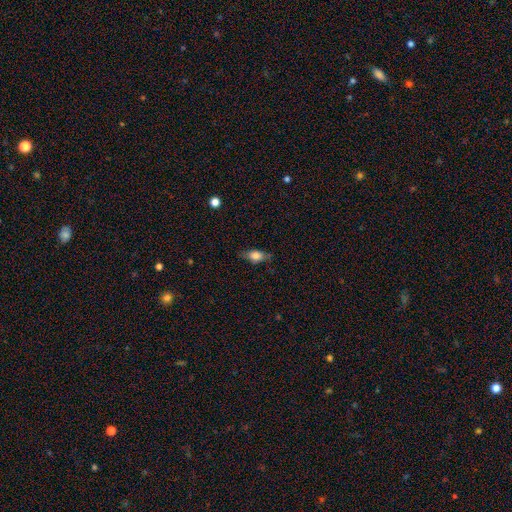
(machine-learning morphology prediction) smooth-or-featured: smooth: 74% | featured or disk: 17% | star or artifact: 9%
  how-rounded: in between: 80% | cigar-shaped: 11% | round: 9%
  merging: none: 72% | minor disturbance: 21% | major disturbance: 5% | merger: 1%